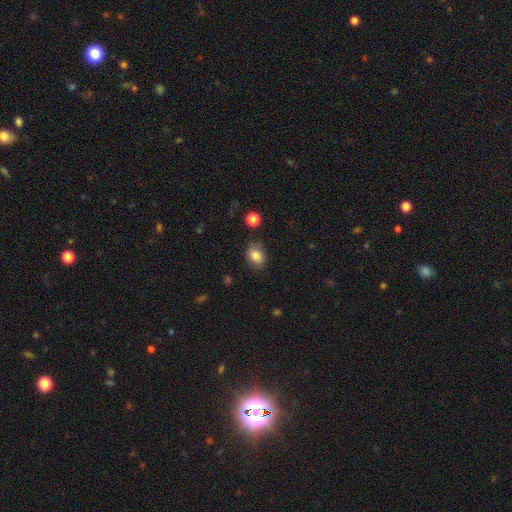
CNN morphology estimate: This is clearly a smooth galaxy (83%). How rounded: likely in between (62%). Merging: likely none (80%).